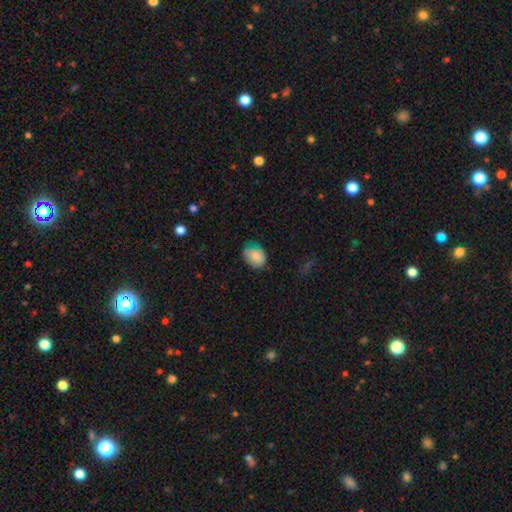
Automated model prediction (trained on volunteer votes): This appears to be a smooth galaxy with no disk features (76%) that is in between round and cigar-shaped (65%). Merging: none (51%).